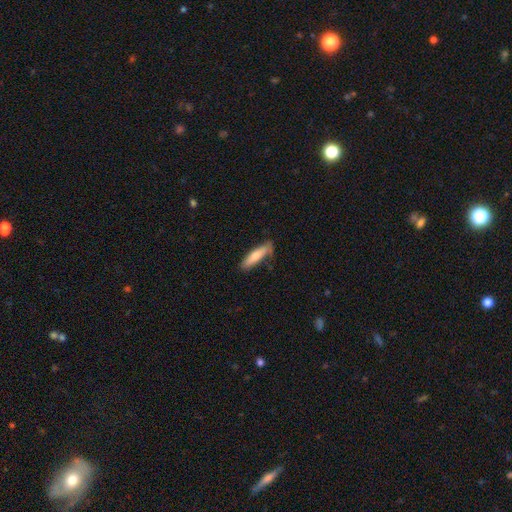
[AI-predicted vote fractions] A smooth galaxy with no disk features (70%) that is cigar-shaped (74%).

Vote fractions:
- Smooth or featured? smooth: 70% / featured or disk: 24% / star or artifact: 6%
- How rounded? cigar-shaped: 74% / in between: 24% / round: 2%
- Merging? none: 73% / minor disturbance: 20% / major disturbance: 4% / merger: 2%